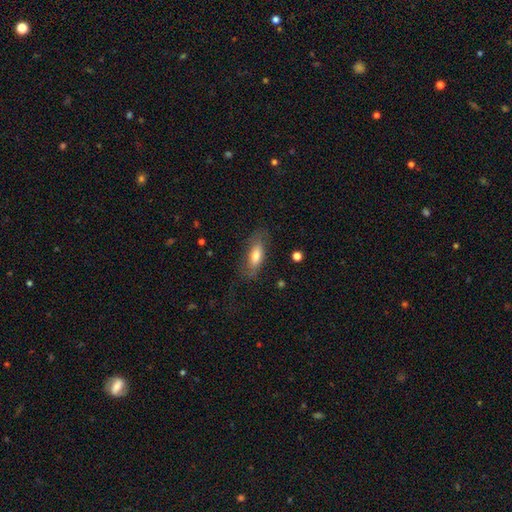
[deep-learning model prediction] The model was most divided on "how rounded": in between: 70%, cigar-shaped: 28%, round: 3%. More confident: merging — none (70%); smooth or featured — smooth (69%).